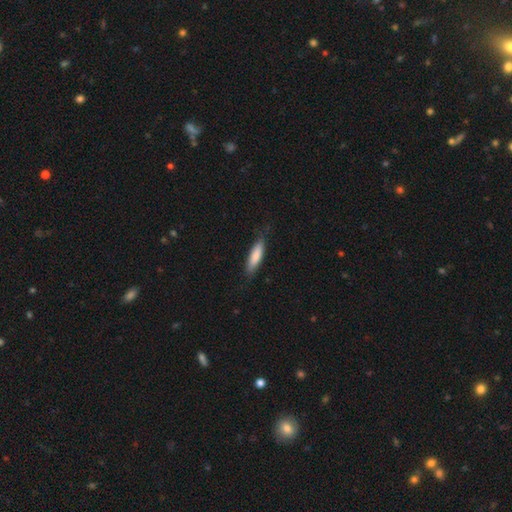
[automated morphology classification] Smooth or featured?
  - smooth: 80% *
  - featured or disk: 15%
  - star or artifact: 5%
How rounded?
  - cigar-shaped: 65% *
  - in between: 34%
  - round: 1%
Merging?
  - none: 78% *
  - minor disturbance: 17%
  - major disturbance: 4%
  - merger: 1%